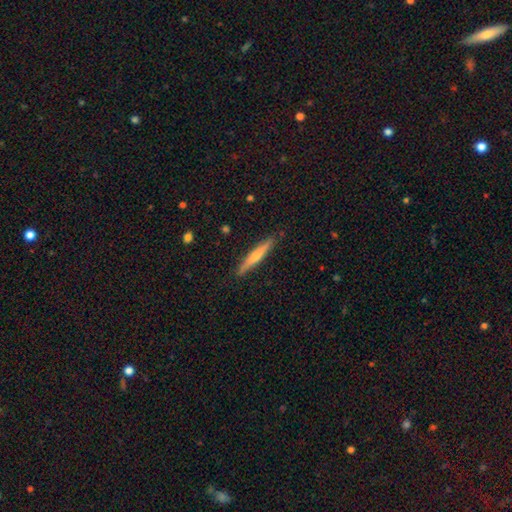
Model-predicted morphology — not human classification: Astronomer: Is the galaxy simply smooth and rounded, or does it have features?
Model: featured or disk — 54% (runner-up: smooth, 38%).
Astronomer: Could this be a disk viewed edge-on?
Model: yes — 95%.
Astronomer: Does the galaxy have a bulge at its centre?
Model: rounded — 71%.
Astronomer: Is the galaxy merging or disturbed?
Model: none — 89%.